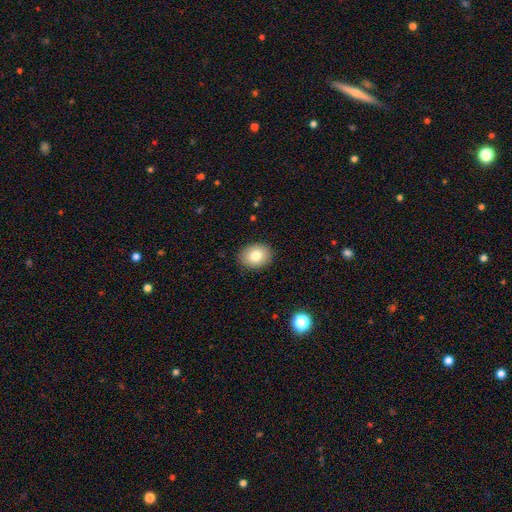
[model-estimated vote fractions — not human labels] The model was most divided on "how rounded": in between: 59%, round: 40%, cigar-shaped: 1%. More confident: merging — none (89%); smooth or featured — smooth (81%).